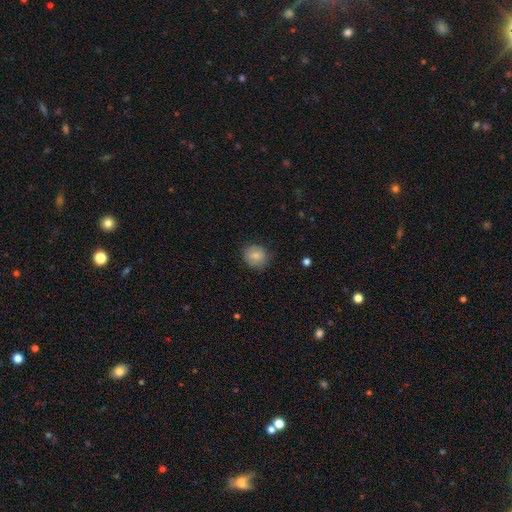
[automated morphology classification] This is clearly a smooth galaxy (82%). How rounded: likely round (79%). Merging: clearly none (81%).